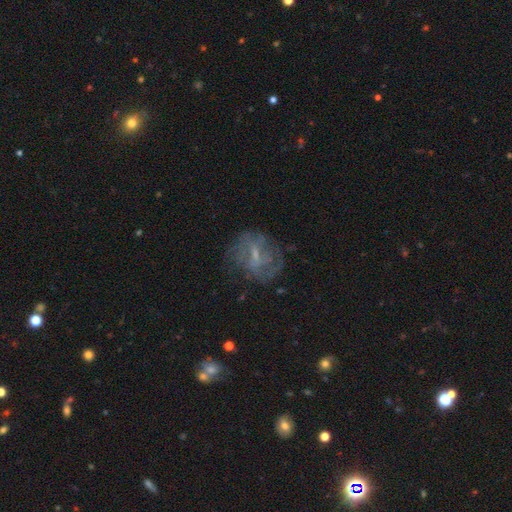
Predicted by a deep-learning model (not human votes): Smooth or featured? Predicted: featured or disk (p=0.65). Edge-on disk? Predicted: no (p=0.95). Bar? Predicted: weak (p=0.54). Spiral arms? Predicted: yes (p=0.65). Bulge size? Predicted: small (p=0.55). Merging? Predicted: none (p=0.64).